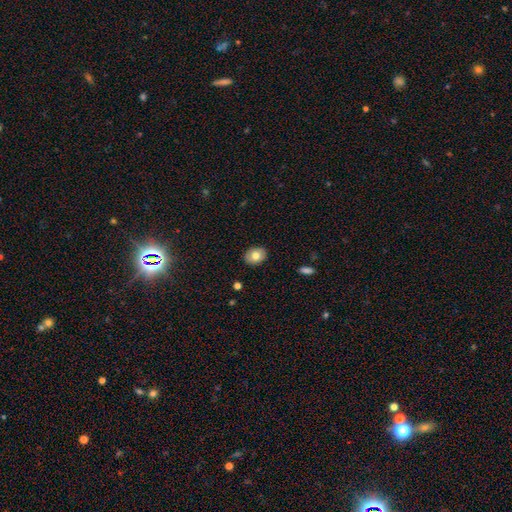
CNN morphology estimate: This is likely a smooth galaxy (76%). How rounded: likely in between (64%). Merging: clearly none (88%).